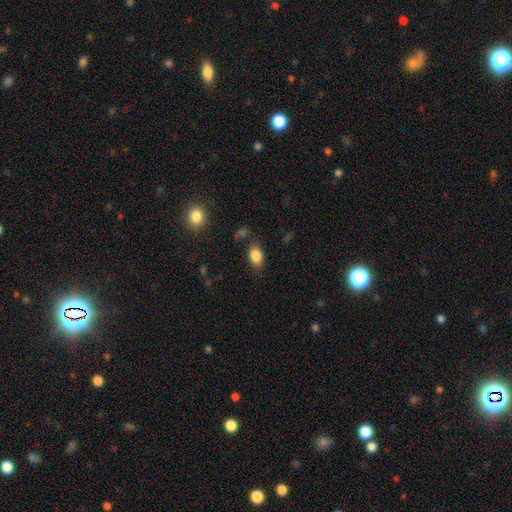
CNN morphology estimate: Overall: smooth (86%). How rounded: in between (84%). Merging: none (77%).